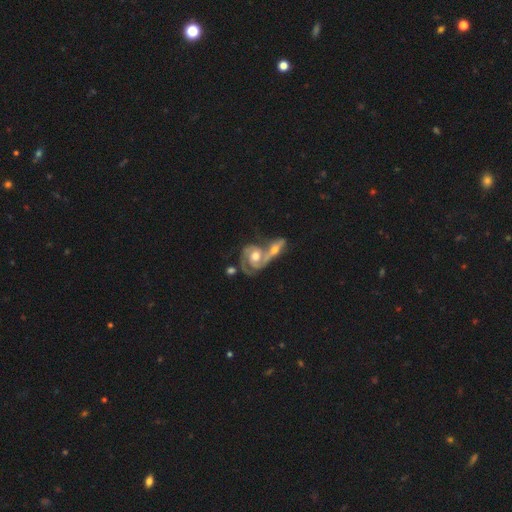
Smooth or featured? featured or disk (86%)
Edge-on disk? no (100%)
Bar? no (71%)
Spiral arms? yes (94%)
Spiral winding? tight (55%)
Spiral arm count? 2 (76%)
Bulge size? moderate (84%)
Merging? merger (77%)